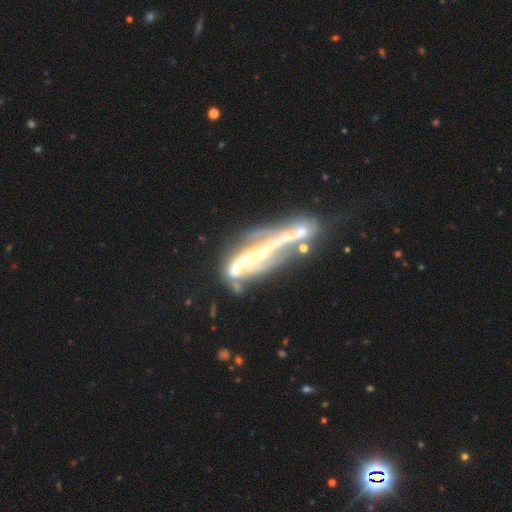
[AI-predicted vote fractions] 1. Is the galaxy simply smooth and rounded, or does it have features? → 80% featured or disk, 11% smooth, 9% star or artifact.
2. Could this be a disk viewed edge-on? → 62% yes, 38% no.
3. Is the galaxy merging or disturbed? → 31% none, 26% merger, 24% major disturbance, 19% minor disturbance.